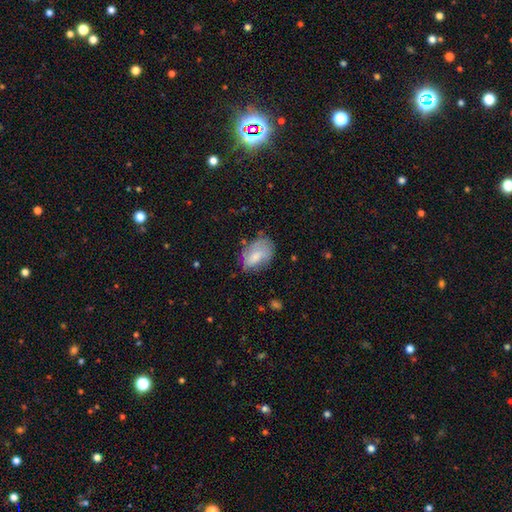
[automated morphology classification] type=smooth (67%); roundness=in between (88%); merging=none (56%).